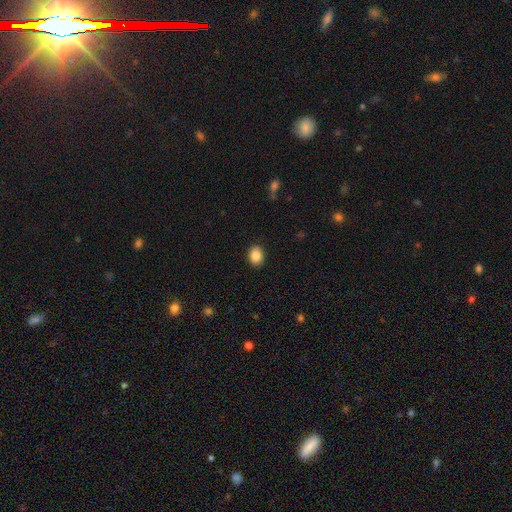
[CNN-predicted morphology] This appears to be a smooth galaxy with no disk features (87%) that is in between round and cigar-shaped (59%). Merging: none (90%).